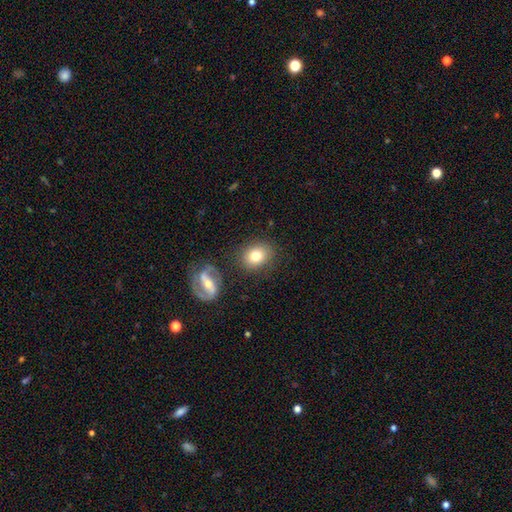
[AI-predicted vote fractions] A smooth galaxy with no disk features (75%) that is round (53%).

Vote fractions:
- Smooth or featured? smooth: 75% / featured or disk: 16% / star or artifact: 8%
- How rounded? round: 53% / in between: 46% / cigar-shaped: 1%
- Merging? none: 79% / minor disturbance: 12% / merger: 6% / major disturbance: 4%